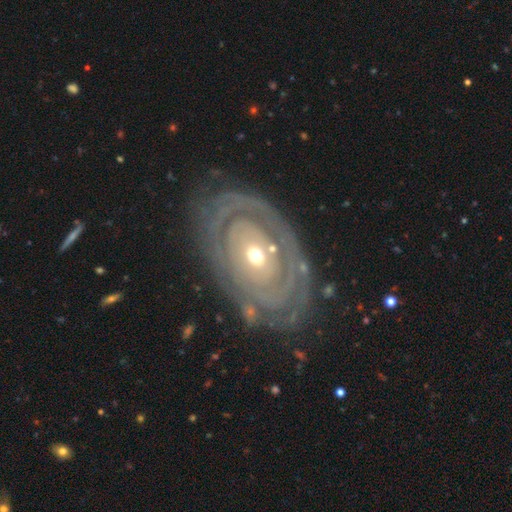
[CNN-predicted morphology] Smooth or featured?
  - featured or disk: 86% *
  - smooth: 9%
  - star or artifact: 5%
Edge-on disk?
  - no: 96% *
  - yes: 4%
Bar?
  - no: 83% *
  - weak: 11%
  - strong: 5%
Spiral arms?
  - yes: 82% *
  - no: 18%
Spiral winding?
  - tight: 78% *
  - medium: 15%
  - loose: 7%
Spiral arm count?
  - 2: 37% *
  - can't tell: 31%
  - 3: 10%
  - 1: 8%
  - 4: 7%
  - more than 4: 6%
Bulge size?
  - moderate: 50% *
  - small: 43%
  - large: 4%
  - dominant: 1%
  - none: 1%
Merging?
  - none: 66% *
  - minor disturbance: 17%
  - major disturbance: 13%
  - merger: 4%